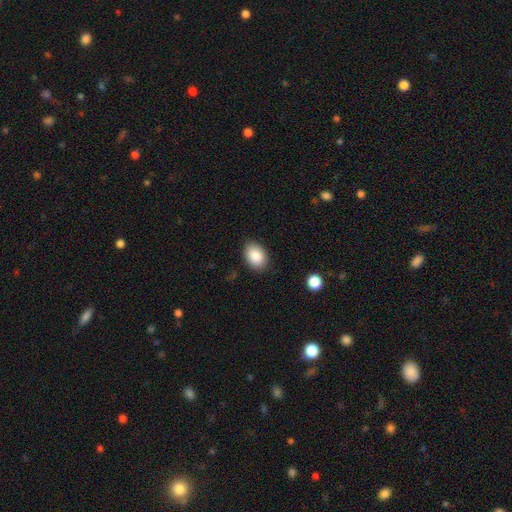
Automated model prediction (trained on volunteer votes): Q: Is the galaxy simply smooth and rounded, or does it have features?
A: smooth — 87%.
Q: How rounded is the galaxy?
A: in between — 78%.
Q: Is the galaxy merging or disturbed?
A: none — 86%.